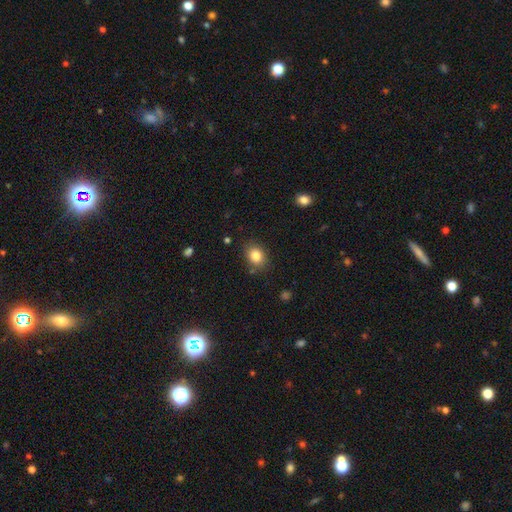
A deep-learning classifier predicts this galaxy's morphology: Smooth or featured? smooth (84%)
How rounded? in between (57%)
Merging? none (83%)